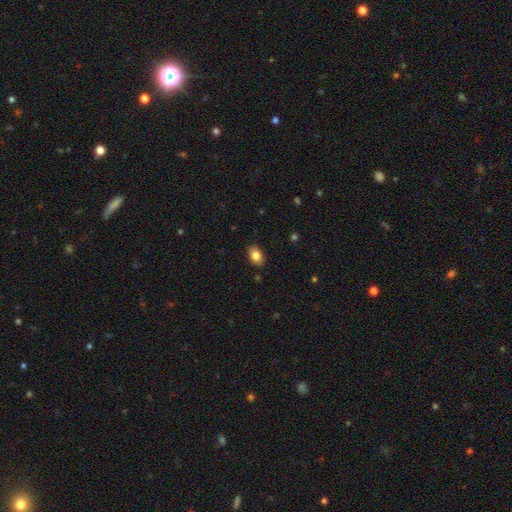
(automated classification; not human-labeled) Morphology: type=smooth (82%); roundness=in between (85%); merging=none (87%).